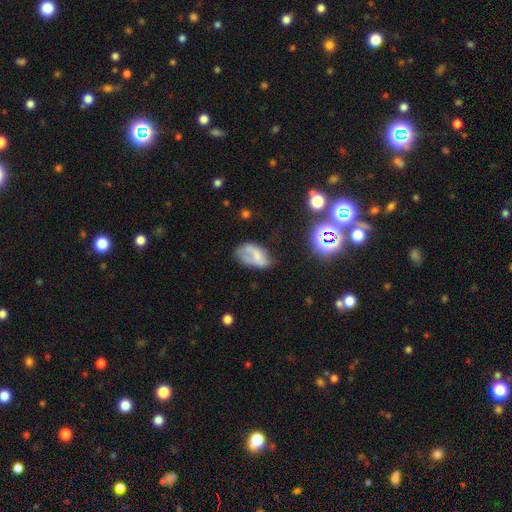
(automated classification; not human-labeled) This appears to be a smooth galaxy with no disk features (53%) that is in between round and cigar-shaped (91%). Merging: none (39%).